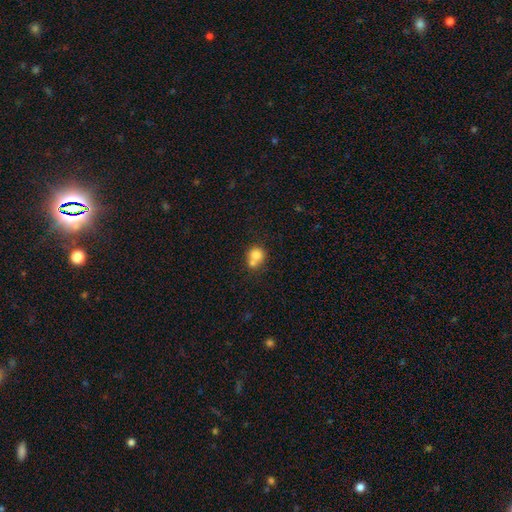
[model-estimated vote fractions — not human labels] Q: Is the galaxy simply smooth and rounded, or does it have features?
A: smooth — 77%.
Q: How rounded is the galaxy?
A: round — 83%.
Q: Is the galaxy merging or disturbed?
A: merger — 52%.